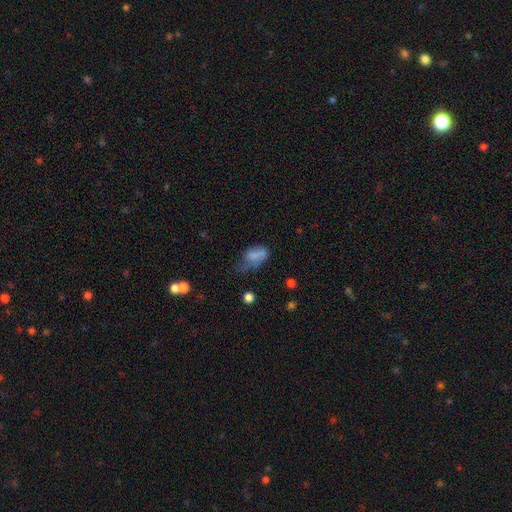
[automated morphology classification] This is likely a smooth galaxy (71%). How rounded: clearly in between (88%). Merging: marginally major disturbance (36%).